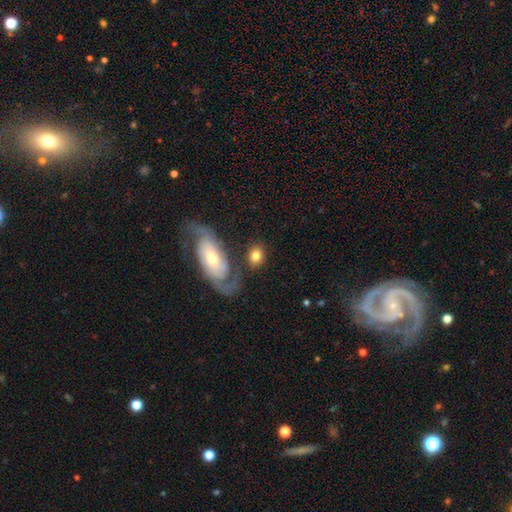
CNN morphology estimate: A smooth galaxy with no disk features (75%) that is in between round and cigar-shaped (61%). Merging: none (65%).